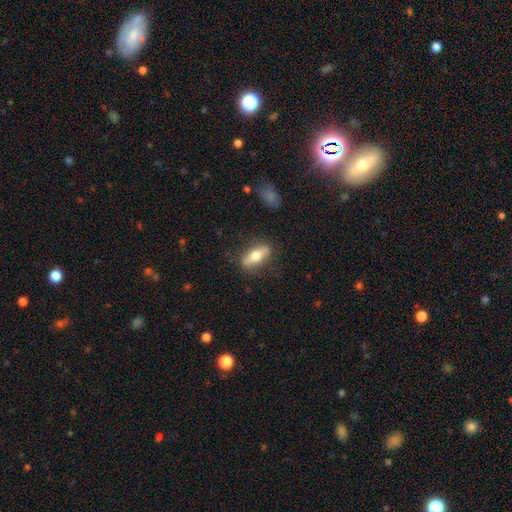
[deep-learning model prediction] smooth_or_featured: smooth (p=0.58) [alt: featured or disk p=0.35]
how_rounded: in between (p=0.66) [alt: cigar-shaped p=0.30]
merging: none (p=0.82) [alt: minor disturbance p=0.12]